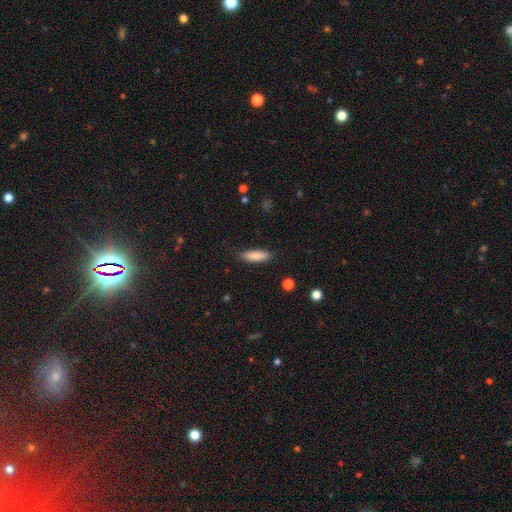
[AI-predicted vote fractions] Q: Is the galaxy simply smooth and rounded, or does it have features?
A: smooth — 85%.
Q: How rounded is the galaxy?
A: cigar-shaped — 60%.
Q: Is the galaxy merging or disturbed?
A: none — 86%.